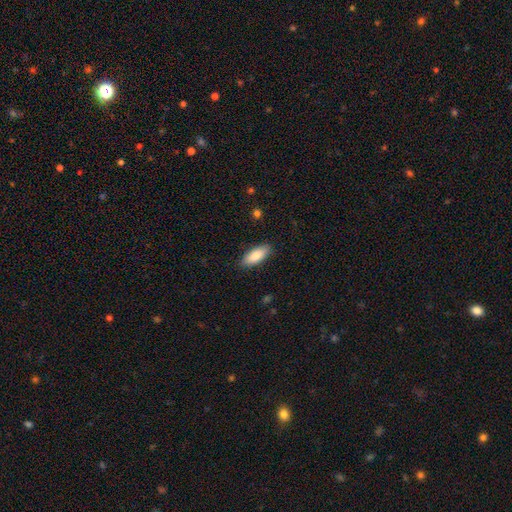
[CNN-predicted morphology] Q: Smooth or featured?
A: smooth (84%); runner-up: featured or disk (10%)
Q: How rounded?
A: in between (79%); runner-up: cigar-shaped (19%)
Q: Merging?
A: none (88%); runner-up: minor disturbance (9%)